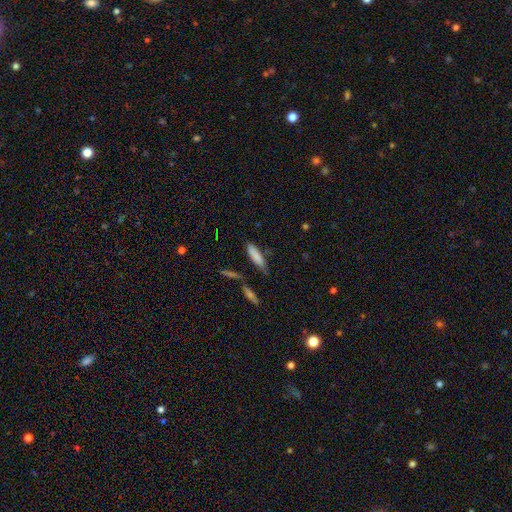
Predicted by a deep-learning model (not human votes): Q: Smooth or featured?
A: smooth (80%); runner-up: featured or disk (12%)
Q: How rounded?
A: cigar-shaped (68%); runner-up: in between (30%)
Q: Merging?
A: none (68%); runner-up: minor disturbance (19%)